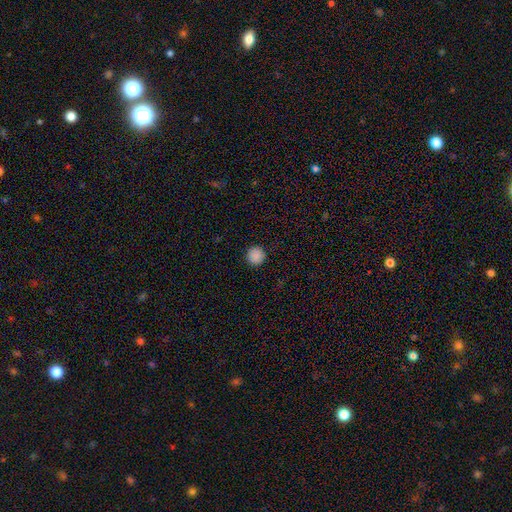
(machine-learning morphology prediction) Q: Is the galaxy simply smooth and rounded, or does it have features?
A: smooth — 88%.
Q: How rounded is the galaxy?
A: round — 95%.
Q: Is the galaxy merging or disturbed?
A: none — 92%.